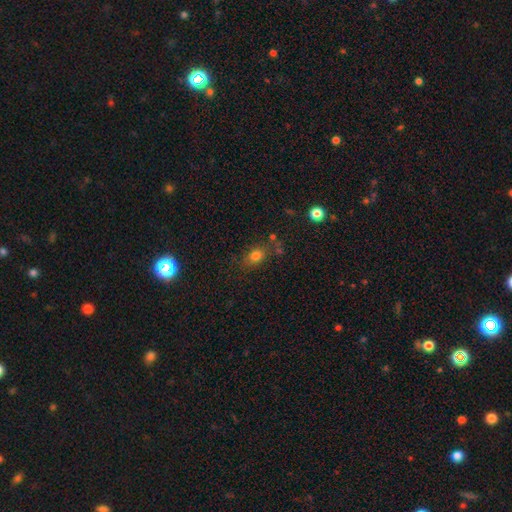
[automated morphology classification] smooth-or-featured: smooth: 76% | star or artifact: 14% | featured or disk: 10%
  how-rounded: in between: 66% | round: 31% | cigar-shaped: 3%
  merging: none: 68% | minor disturbance: 17% | merger: 8% | major disturbance: 6%